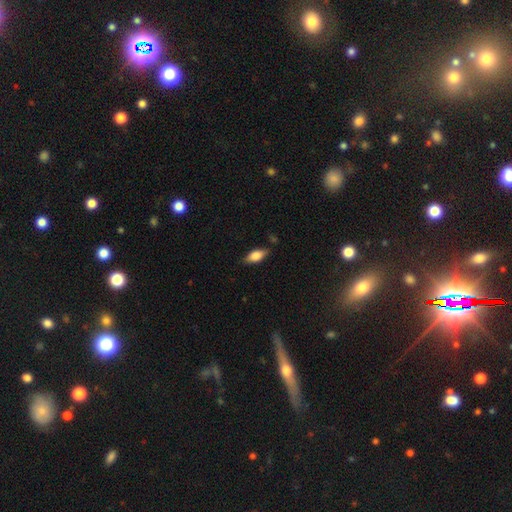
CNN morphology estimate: The model was most divided on "smooth or featured": smooth: 72%, featured or disk: 22%, star or artifact: 7%. More confident: how rounded — in between (81%); merging — none (79%).